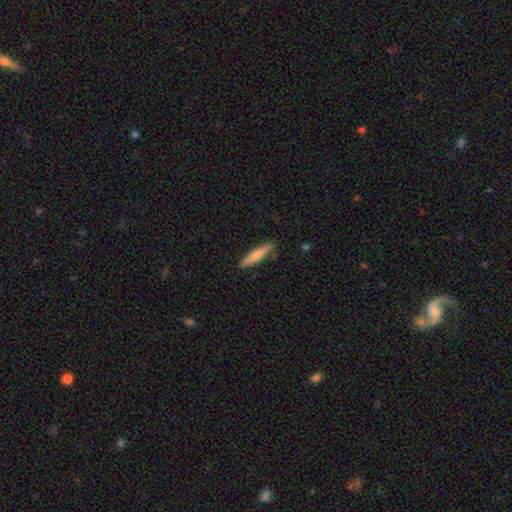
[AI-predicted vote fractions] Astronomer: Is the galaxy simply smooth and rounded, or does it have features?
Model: smooth — 64%.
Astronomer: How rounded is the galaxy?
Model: cigar-shaped — 88%.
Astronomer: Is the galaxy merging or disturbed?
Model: none — 87%.